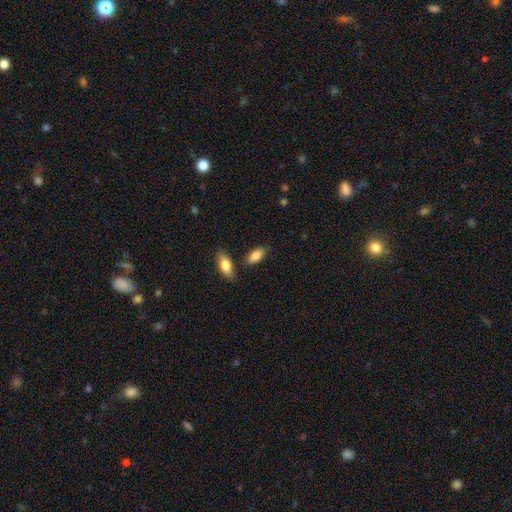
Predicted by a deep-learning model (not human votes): Morphology: type=smooth (87%); roundness=in between (91%); merging=none (76%).